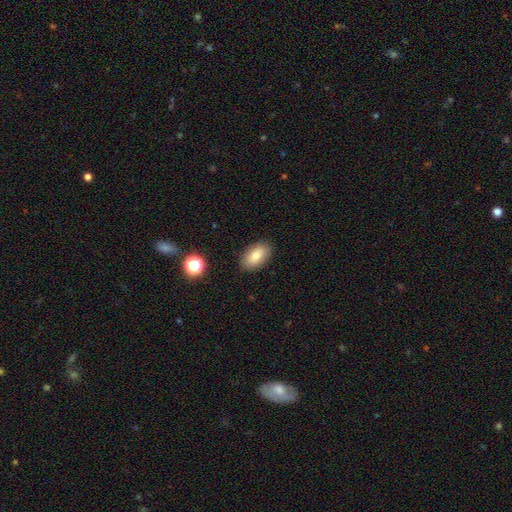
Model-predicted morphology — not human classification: Smooth or featured: smooth — 80% (featured or disk — 11%)
How rounded: in between — 92% (round — 5%)
Merging: none — 87% (minor disturbance — 9%)